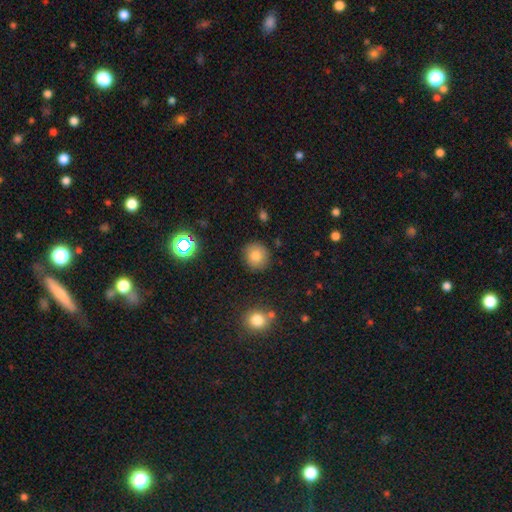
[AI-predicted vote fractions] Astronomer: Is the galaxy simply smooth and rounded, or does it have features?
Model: smooth — 80%.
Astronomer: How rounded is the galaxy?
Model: round — 90%.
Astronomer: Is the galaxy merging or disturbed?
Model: none — 88%.